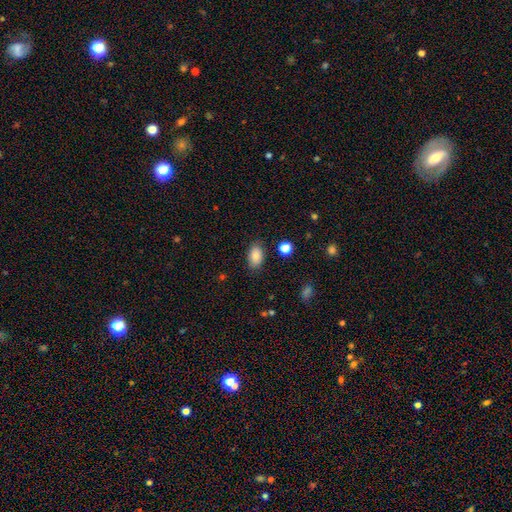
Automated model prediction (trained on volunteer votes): Morphology: type=smooth (86%); roundness=in between (91%); merging=none (84%).